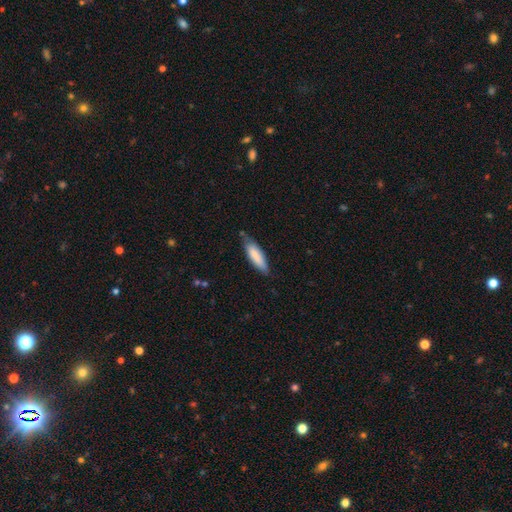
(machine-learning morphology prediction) smooth-or-featured: smooth: 80% | featured or disk: 15% | star or artifact: 5%
  how-rounded: cigar-shaped: 54% | in between: 45% | round: 1%
  merging: none: 68% | minor disturbance: 26% | major disturbance: 4% | merger: 2%